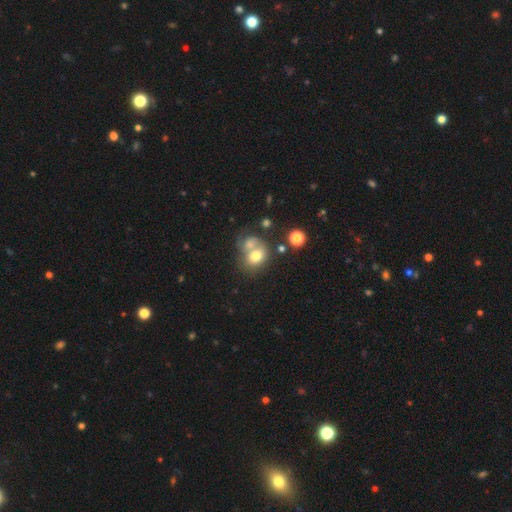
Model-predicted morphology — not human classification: The model was most divided on "how rounded": round: 52%, in between: 47%, cigar-shaped: 1%. More confident: smooth or featured — smooth (70%); merging — merger (56%).